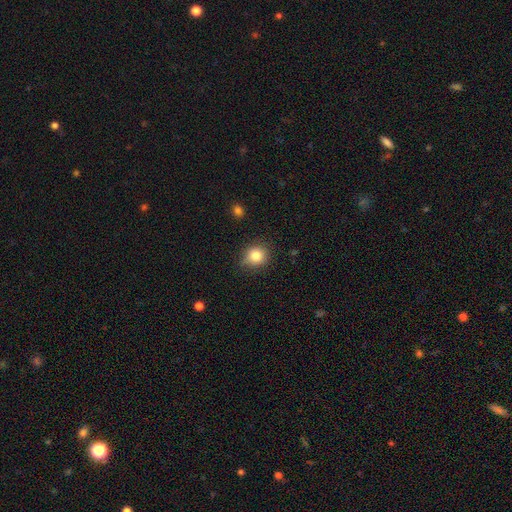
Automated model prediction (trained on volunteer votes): This appears to be a smooth galaxy with no disk features (82%) that is round (81%). Merging: none (76%).